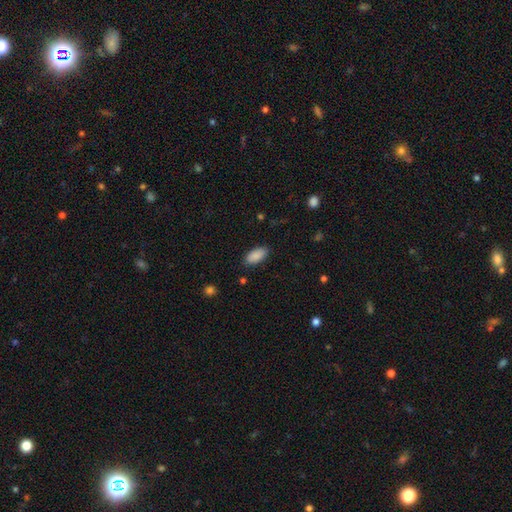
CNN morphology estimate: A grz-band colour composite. It shows a smooth galaxy with no disk features (89%) that is in between round and cigar-shaped (93%). Merging: none (86%).